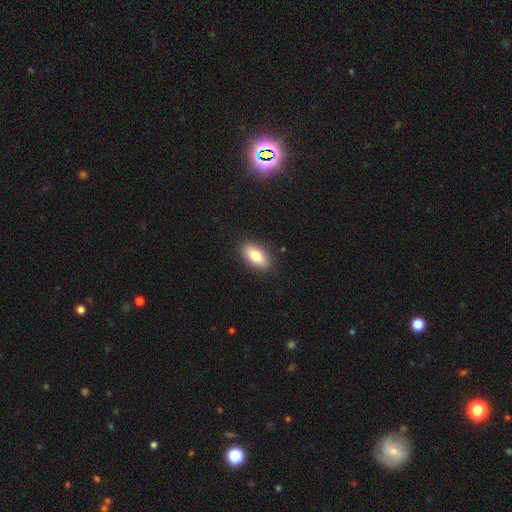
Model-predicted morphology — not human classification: Smooth or featured? Predicted: smooth (p=0.81). How rounded? Predicted: in between (p=0.90). Merging? Predicted: none (p=0.89).